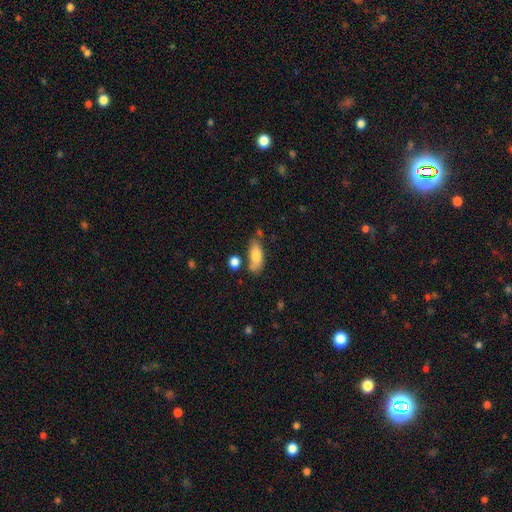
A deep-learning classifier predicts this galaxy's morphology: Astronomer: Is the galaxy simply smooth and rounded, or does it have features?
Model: smooth — 77%.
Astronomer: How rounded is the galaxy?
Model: in between — 78%.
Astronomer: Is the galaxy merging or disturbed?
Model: none — 62%.